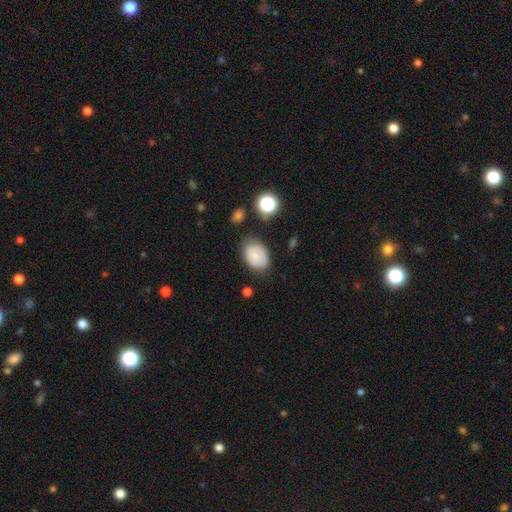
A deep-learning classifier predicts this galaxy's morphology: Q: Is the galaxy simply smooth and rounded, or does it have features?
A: smooth — 77%.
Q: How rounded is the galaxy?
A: in between — 78%.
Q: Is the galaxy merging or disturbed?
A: none — 73%.